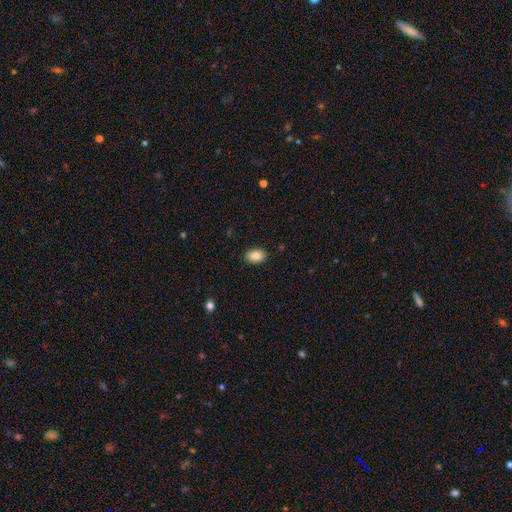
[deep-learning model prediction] This appears to be a smooth galaxy with no disk features (88%) that is in between round and cigar-shaped (87%). Merging: none (87%).